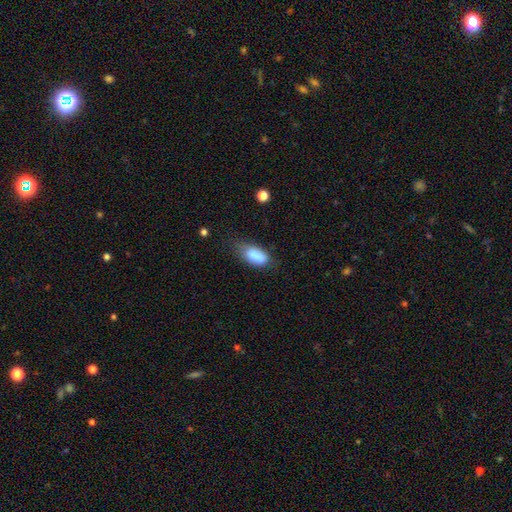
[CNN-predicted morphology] This appears to be a smooth galaxy with no disk features (85%) that is in between round and cigar-shaped (90%). Merging: none (47%).